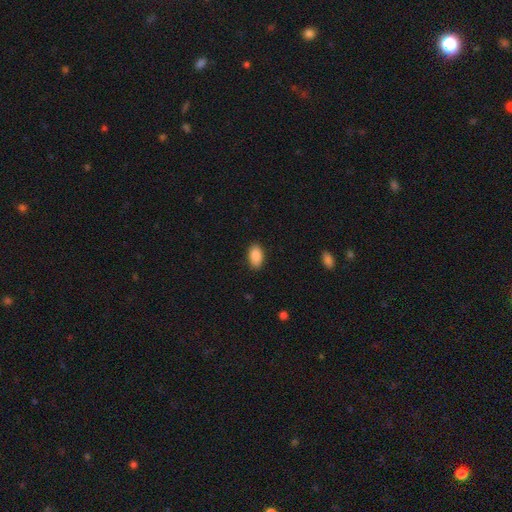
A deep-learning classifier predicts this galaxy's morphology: The model was most divided on "merging": none: 88%, minor disturbance: 9%, major disturbance: 2%, merger: 1%. More confident: how rounded — in between (93%); smooth or featured — smooth (89%).